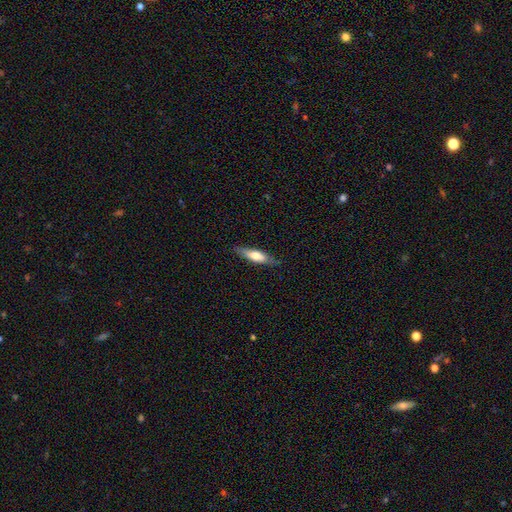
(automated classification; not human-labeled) Morphology: type=smooth (57%); roundness=cigar-shaped (67%); merging=none (83%).